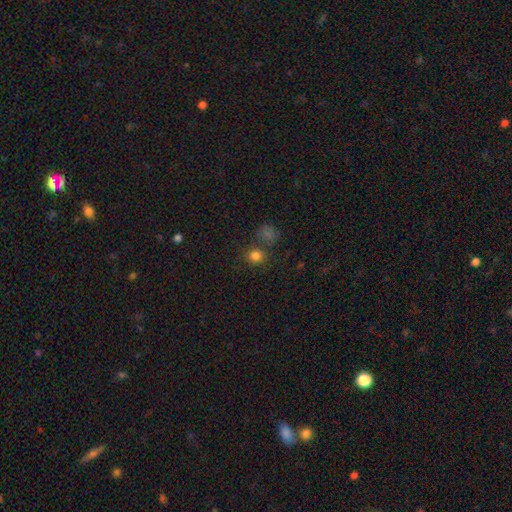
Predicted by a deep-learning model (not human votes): Overall: smooth (78%). How rounded: round (86%). Merging: none (71%).